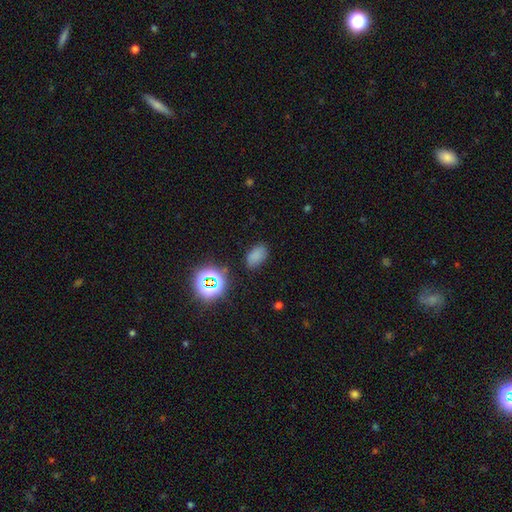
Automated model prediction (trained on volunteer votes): This is likely a smooth galaxy (73%). How rounded: clearly in between (89%). Merging: likely none (79%).